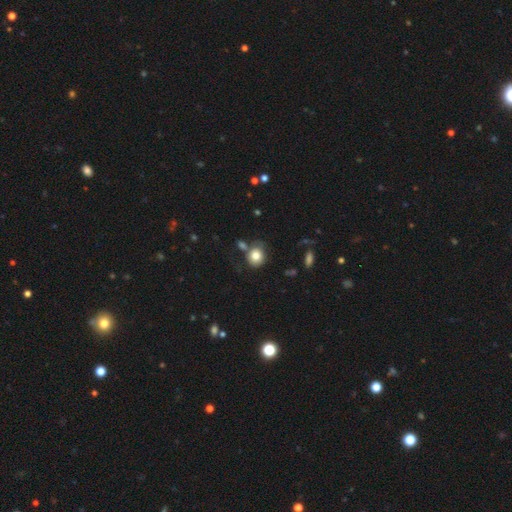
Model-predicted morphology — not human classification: A smooth galaxy with no disk features (81%) that is round (75%).

Vote fractions:
- Smooth or featured? smooth: 81% / star or artifact: 10% / featured or disk: 9%
- How rounded? round: 75% / in between: 24% / cigar-shaped: 1%
- Merging? none: 64% / minor disturbance: 16% / merger: 15% / major disturbance: 5%